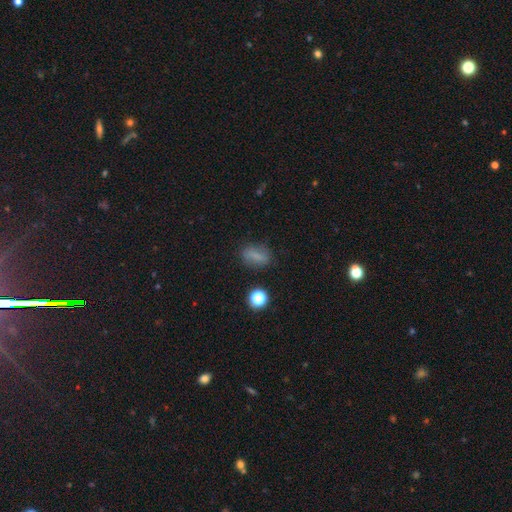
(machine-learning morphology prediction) A smooth galaxy with no disk features (72%) that is in between round and cigar-shaped (67%). Merging: none (76%).